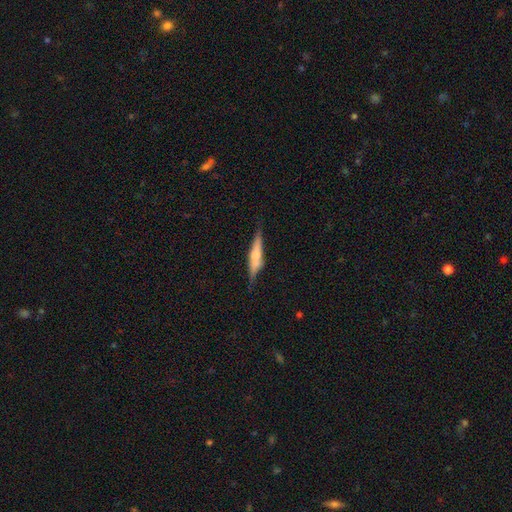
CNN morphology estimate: A featured or disk galaxy (54%) viewed edge-on (94%) with a rounded central bulge (78%).

Vote fractions:
- Smooth or featured? featured or disk: 54% / smooth: 40% / star or artifact: 6%
- Edge-on disk? yes: 94% / no: 6%
- Edge-on bulge? rounded: 78% / boxy: 13% / none: 9%
- Merging? none: 74% / minor disturbance: 19% / major disturbance: 4% / merger: 3%